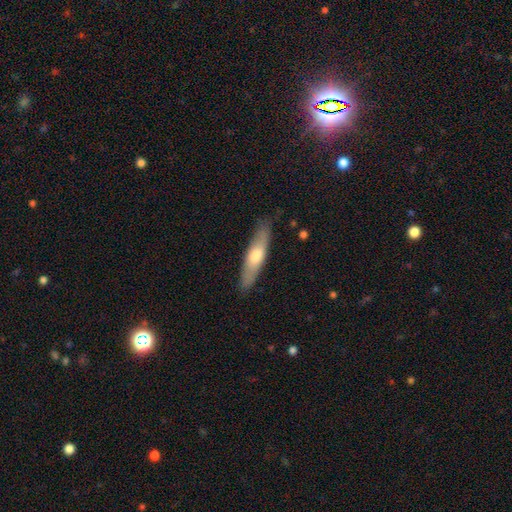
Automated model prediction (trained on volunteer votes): smooth 54%, featured or disk 40%, star or artifact 6%. Down the decision tree: how rounded — cigar-shaped (77%); merging — none (85%).